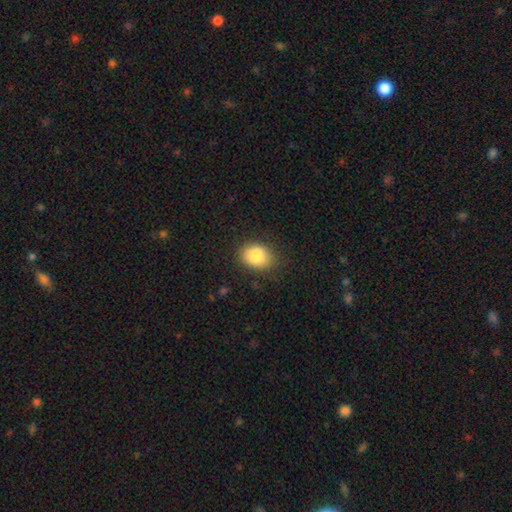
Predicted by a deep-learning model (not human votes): Overall: smooth (86%). How rounded: in between (60%; round 39%). Merging: none (77%).